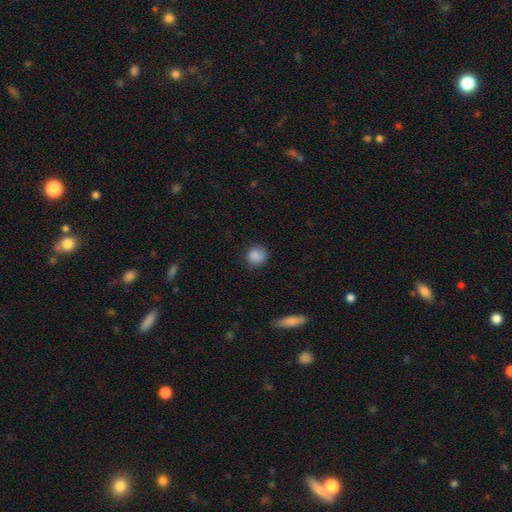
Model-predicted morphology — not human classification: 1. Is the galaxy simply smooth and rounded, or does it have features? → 87% smooth, 9% star or artifact, 5% featured or disk.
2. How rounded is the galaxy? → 79% round, 20% in between, 1% cigar-shaped.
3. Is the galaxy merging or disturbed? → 80% none, 15% minor disturbance, 4% major disturbance, 1% merger.